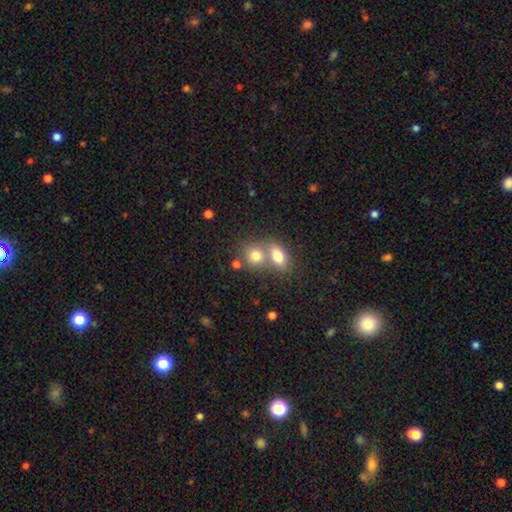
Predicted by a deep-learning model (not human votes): Q: Smooth or featured?
A: smooth (78%); runner-up: featured or disk (12%)
Q: How rounded?
A: round (61%); runner-up: in between (37%)
Q: Merging?
A: merger (55%); runner-up: none (35%)